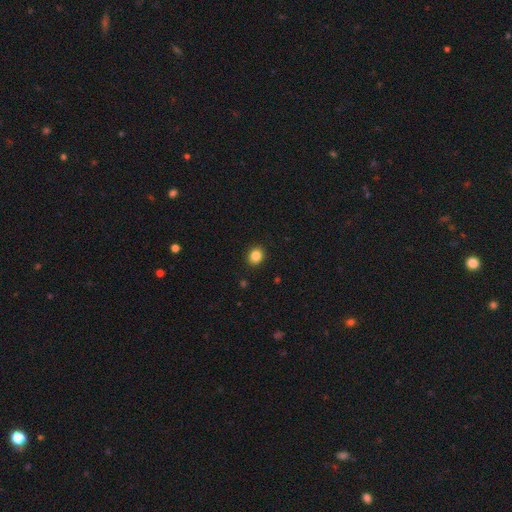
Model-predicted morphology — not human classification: Smooth or featured? smooth (85%)
How rounded? round (70%)
Merging? none (91%)